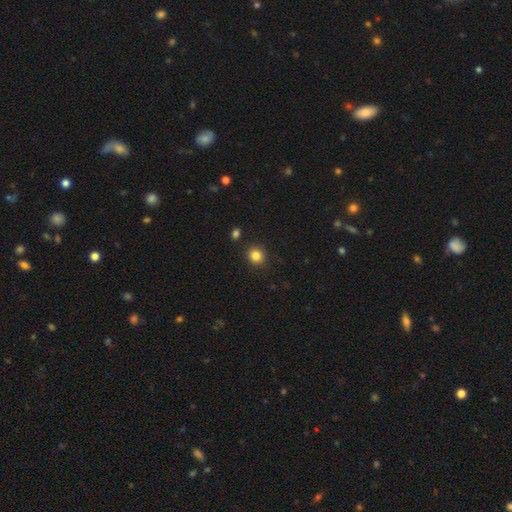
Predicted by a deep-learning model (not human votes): A smooth galaxy with no disk features (84%) that is round (85%). Merging: none (89%).